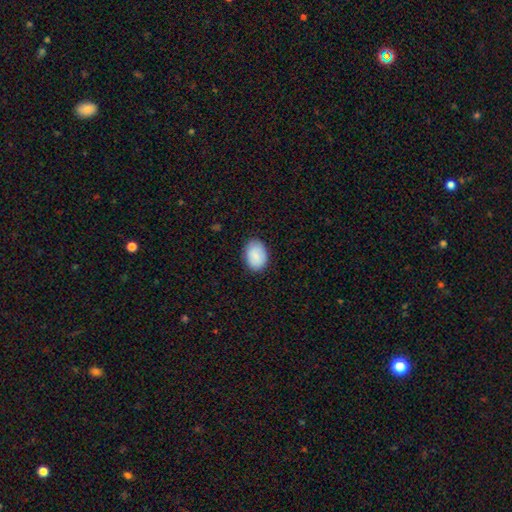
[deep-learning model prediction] The model was most divided on "how rounded": in between: 81%, round: 18%, cigar-shaped: 1%. More confident: smooth or featured — smooth (88%); merging — none (84%).